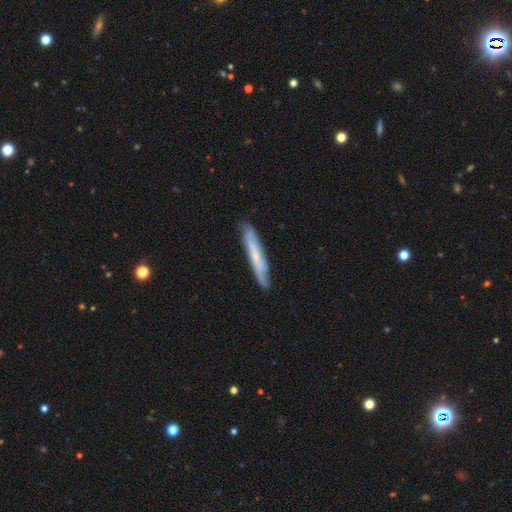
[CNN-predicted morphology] smooth-or-featured: featured or disk: 48% | smooth: 46% | star or artifact: 6%
  merging: none: 82% | minor disturbance: 14% | major disturbance: 3% | merger: 2%